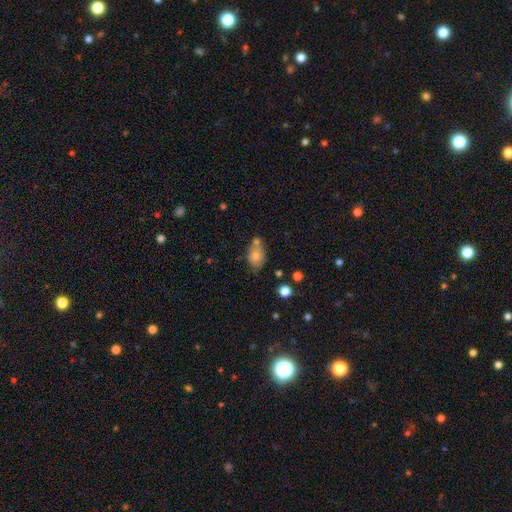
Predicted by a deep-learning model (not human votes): This is likely a smooth galaxy (70%). How rounded: clearly in between (87%). Merging: possibly none (50%).